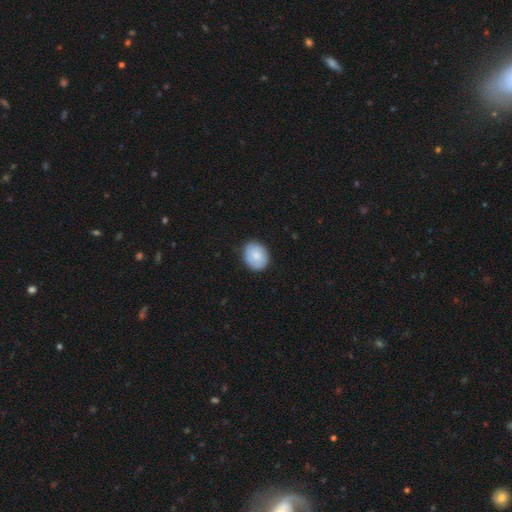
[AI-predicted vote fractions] smooth-or-featured: smooth: 82% | featured or disk: 12% | star or artifact: 6%
  how-rounded: round: 51% | in between: 48% | cigar-shaped: 1%
  merging: none: 85% | minor disturbance: 12% | major disturbance: 2% | merger: 1%